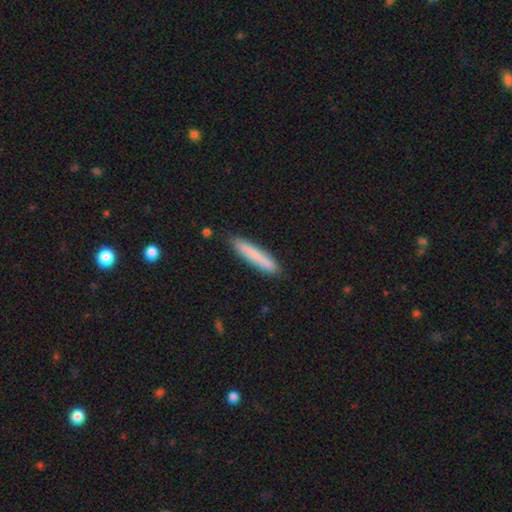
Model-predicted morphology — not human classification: The model was most divided on "smooth or featured": smooth: 80%, featured or disk: 14%, star or artifact: 6%. More confident: how rounded — cigar-shaped (93%); merging — none (87%).